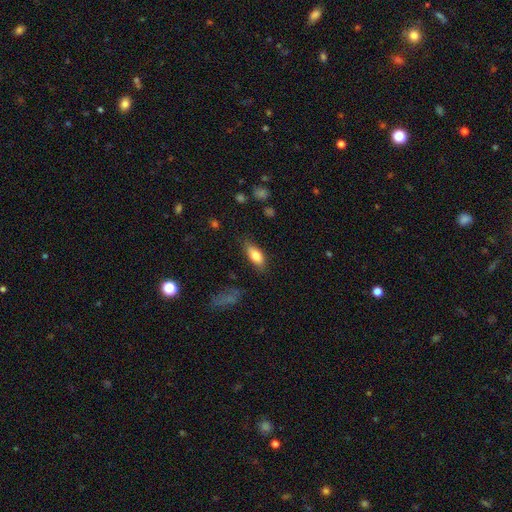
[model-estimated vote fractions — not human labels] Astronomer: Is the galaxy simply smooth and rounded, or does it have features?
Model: smooth — 79%.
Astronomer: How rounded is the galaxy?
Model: in between — 80%.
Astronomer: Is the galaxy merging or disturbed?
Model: none — 77%.